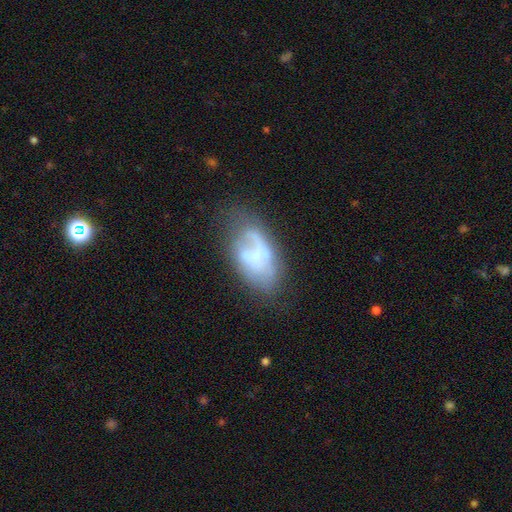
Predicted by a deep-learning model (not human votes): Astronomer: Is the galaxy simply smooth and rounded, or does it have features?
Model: featured or disk — 51% (runner-up: smooth, 39%).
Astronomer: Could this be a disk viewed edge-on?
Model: no — 94%.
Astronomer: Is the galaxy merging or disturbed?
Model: none — 39% (runner-up: minor disturbance, 27%).